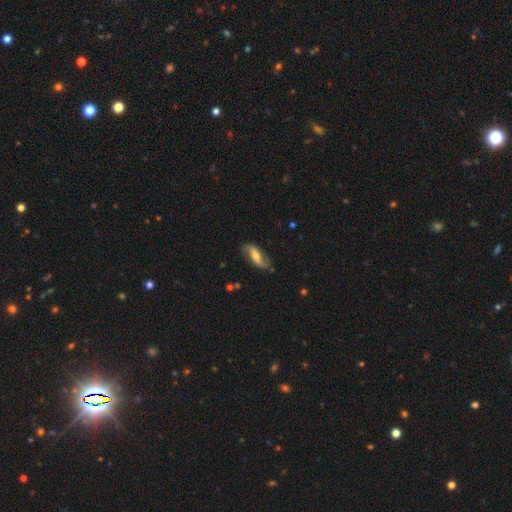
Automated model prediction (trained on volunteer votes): This appears to be a featured or disk galaxy (72%) with a weak bar (36%), 2 (90%) loose (64%) spiral arms (91%) and a moderate central bulge (51%). Merging: none (78%).